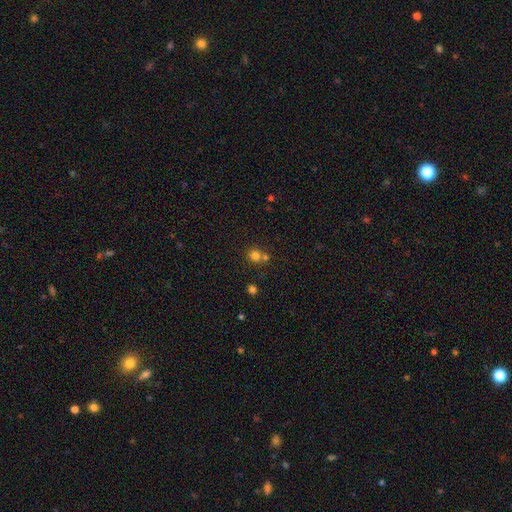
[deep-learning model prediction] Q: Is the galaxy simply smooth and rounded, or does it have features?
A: smooth — 76%.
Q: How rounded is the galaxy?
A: round — 82%.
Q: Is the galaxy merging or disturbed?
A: none — 54%.